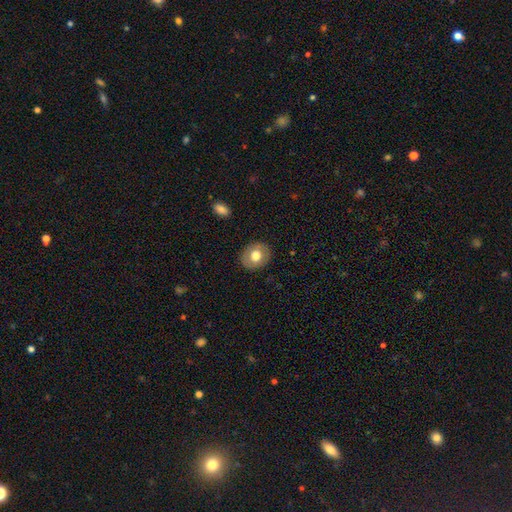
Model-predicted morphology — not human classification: This appears to be a smooth galaxy with no disk features (72%) that is round (60%). Merging: none (88%).